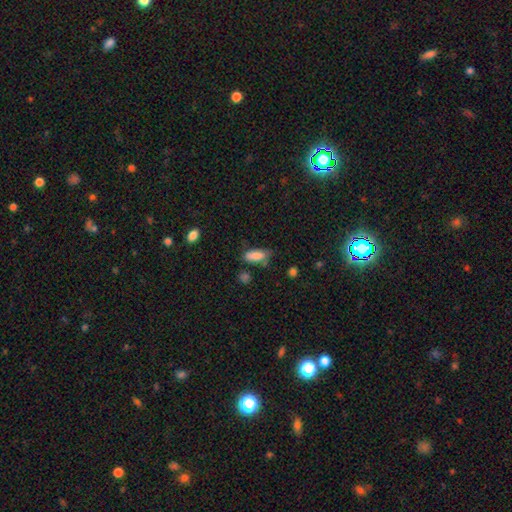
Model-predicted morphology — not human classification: Q: Smooth or featured?
A: smooth (84%); runner-up: featured or disk (8%)
Q: How rounded?
A: in between (75%); runner-up: cigar-shaped (22%)
Q: Merging?
A: none (61%); runner-up: minor disturbance (27%)